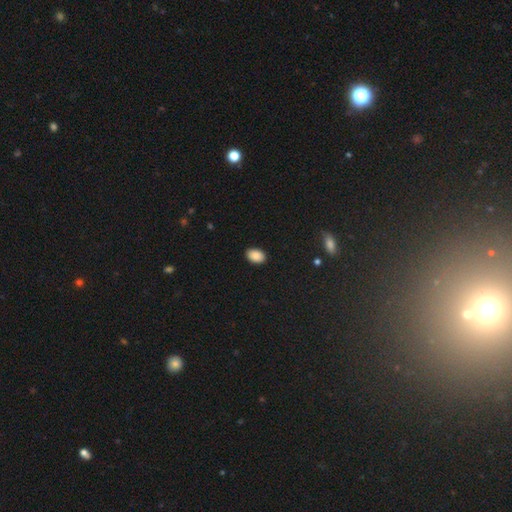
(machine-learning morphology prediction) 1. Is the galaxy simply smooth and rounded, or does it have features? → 89% smooth, 8% star or artifact, 3% featured or disk.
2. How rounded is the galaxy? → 86% in between, 13% round, 1% cigar-shaped.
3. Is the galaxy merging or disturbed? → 89% none, 8% minor disturbance, 2% major disturbance, 1% merger.